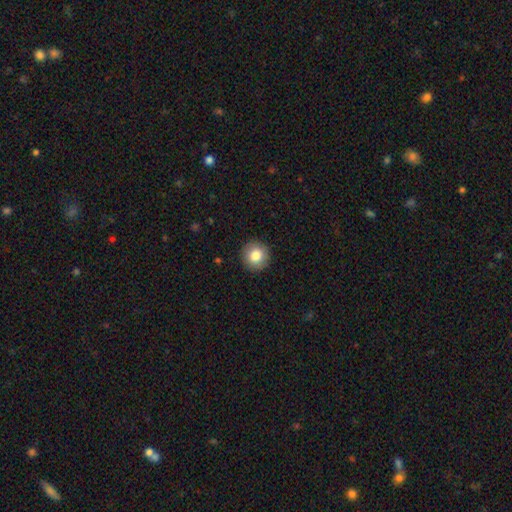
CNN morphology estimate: A smooth galaxy with no disk features (83%) that is round (94%).

Vote fractions:
- Smooth or featured? smooth: 83% / star or artifact: 9% / featured or disk: 8%
- How rounded? round: 94% / in between: 5% / cigar-shaped: 1%
- Merging? none: 92% / minor disturbance: 5% / major disturbance: 2% / merger: 1%